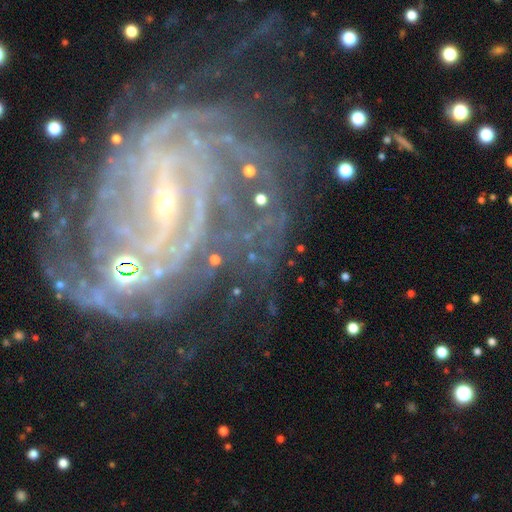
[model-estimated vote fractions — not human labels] Morphology: type=featured or disk (85%); edge-on=no (96%); bar=strong (54%); spiral arms=yes (96%); winding=tight (61%); arm count=can't tell (22%); bulge=small (81%); merging=none (65%).